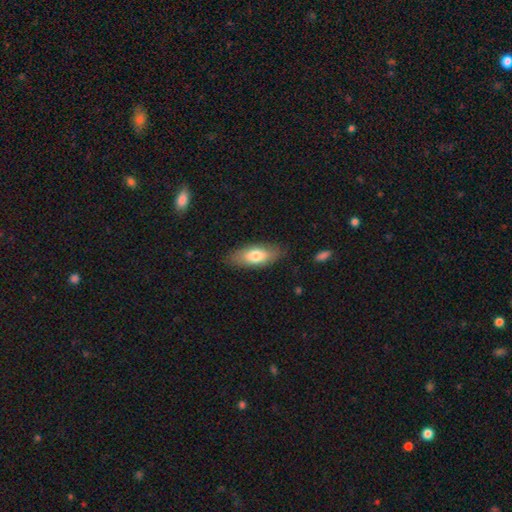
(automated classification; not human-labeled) smooth_or_featured: smooth (p=0.74) [alt: featured or disk p=0.20]
how_rounded: in between (p=0.79) [alt: cigar-shaped p=0.18]
merging: none (p=0.83) [alt: minor disturbance p=0.13]